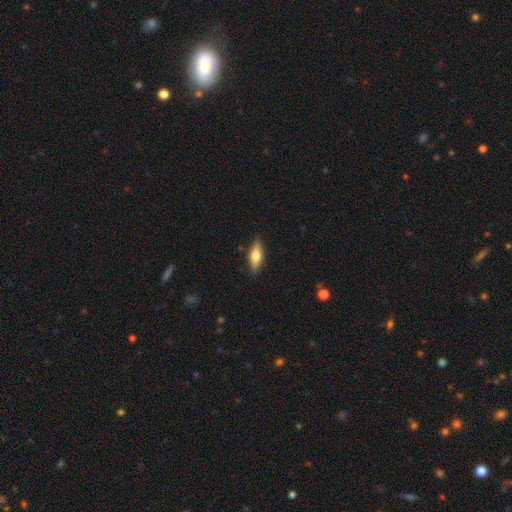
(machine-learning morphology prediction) smooth-or-featured: smooth: 59% | featured or disk: 34% | star or artifact: 7%
  how-rounded: in between: 59% | cigar-shaped: 39% | round: 3%
  merging: none: 86% | minor disturbance: 10% | major disturbance: 2% | merger: 1%